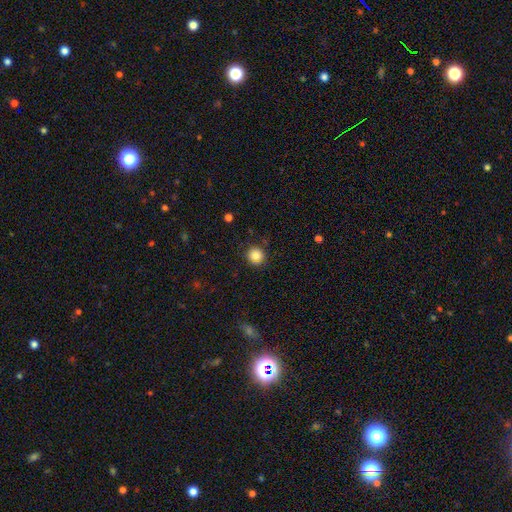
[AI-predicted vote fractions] This is clearly a smooth galaxy (85%). How rounded: clearly round (92%). Merging: clearly none (86%).